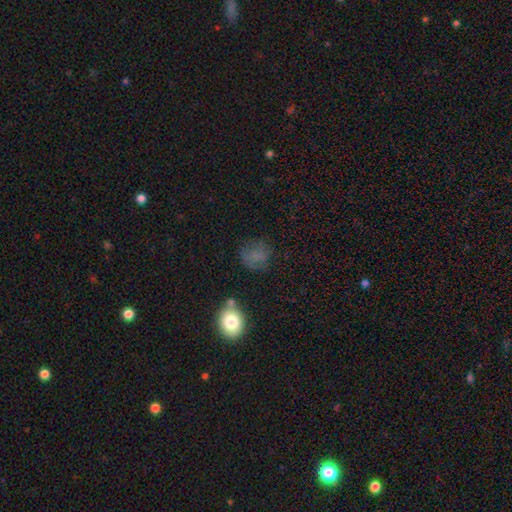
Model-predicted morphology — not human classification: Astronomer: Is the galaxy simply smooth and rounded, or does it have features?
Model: smooth — 74%.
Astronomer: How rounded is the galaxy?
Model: round — 73%.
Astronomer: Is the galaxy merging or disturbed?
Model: none — 61%.